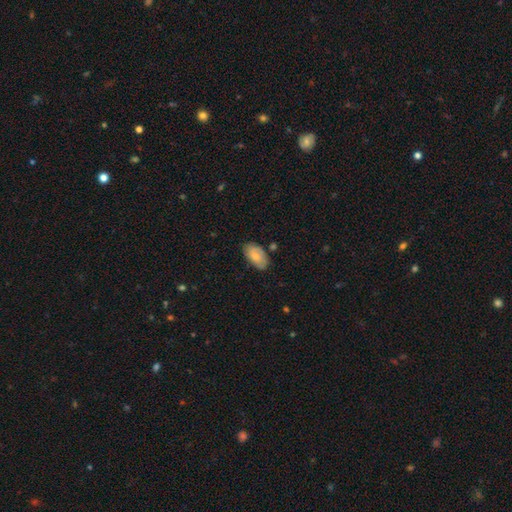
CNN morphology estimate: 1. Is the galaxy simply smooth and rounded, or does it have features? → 74% smooth, 20% featured or disk, 6% star or artifact.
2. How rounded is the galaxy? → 94% in between, 4% round, 2% cigar-shaped.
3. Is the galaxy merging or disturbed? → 74% none, 20% minor disturbance, 3% major disturbance, 3% merger.